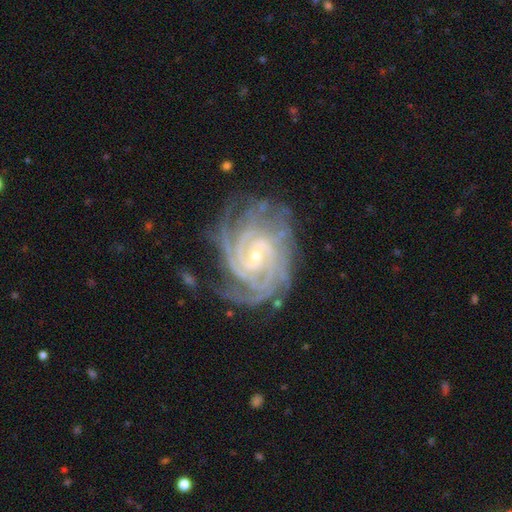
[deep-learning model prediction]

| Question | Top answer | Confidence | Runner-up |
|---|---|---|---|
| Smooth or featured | featured or disk | 92% | star or artifact (5%) |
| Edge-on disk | no | 98% | yes (2%) |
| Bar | no | 41% | weak (40%) |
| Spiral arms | yes | 99% | no (1%) |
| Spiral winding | tight | 80% | medium (18%) |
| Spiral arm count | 4 | 30% | 3 (19%) |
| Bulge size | small | 77% | moderate (20%) |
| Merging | none | 70% | minor disturbance (20%) |